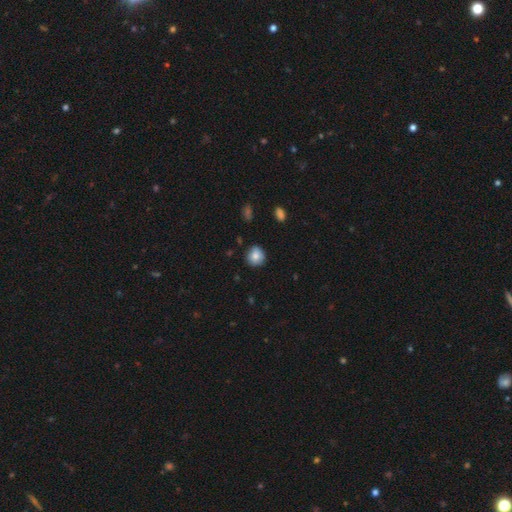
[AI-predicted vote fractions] Smooth or featured: smooth — 82% (featured or disk — 9%)
How rounded: round — 89% (in between — 10%)
Merging: none — 83% (minor disturbance — 13%)